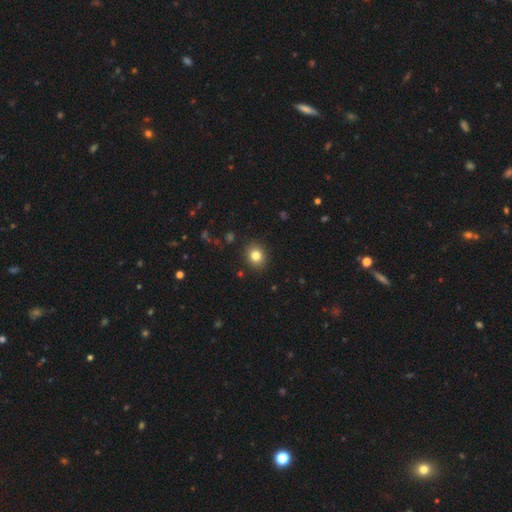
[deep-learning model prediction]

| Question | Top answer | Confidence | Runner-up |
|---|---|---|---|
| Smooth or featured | smooth | 82% | star or artifact (11%) |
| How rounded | round | 69% | in between (30%) |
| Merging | none | 89% | minor disturbance (7%) |